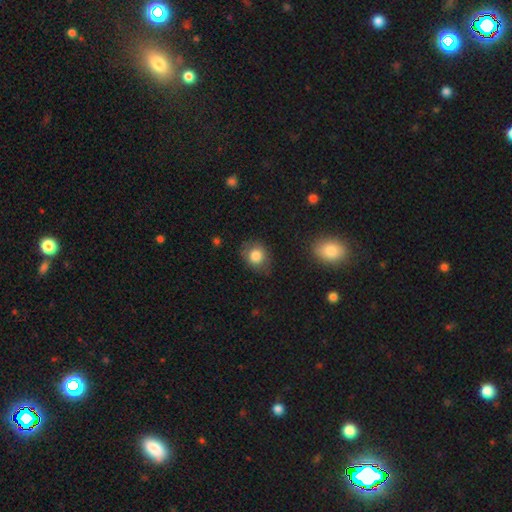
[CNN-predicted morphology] Smooth or featured: smooth — 82% (star or artifact — 9%)
How rounded: round — 71% (in between — 28%)
Merging: none — 74% (minor disturbance — 19%)